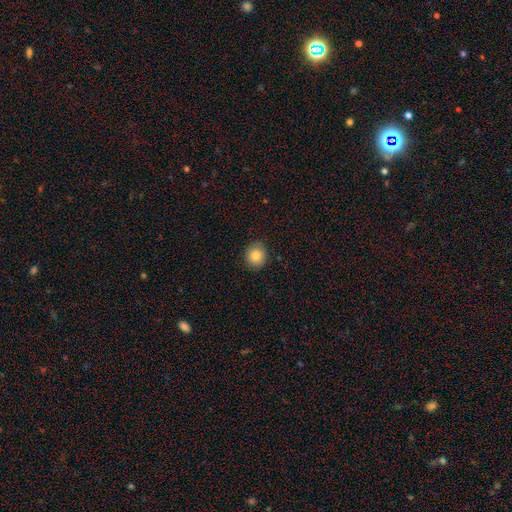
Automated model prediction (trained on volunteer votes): Smooth or featured?
  - smooth: 82% *
  - star or artifact: 10%
  - featured or disk: 8%
How rounded?
  - round: 89% *
  - in between: 10%
  - cigar-shaped: 1%
Merging?
  - none: 89% *
  - minor disturbance: 8%
  - major disturbance: 2%
  - merger: 1%